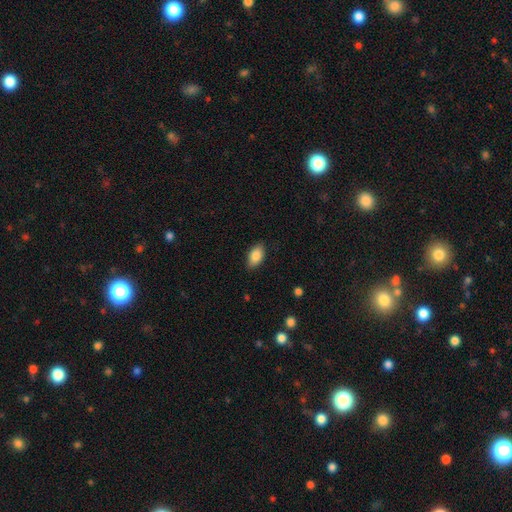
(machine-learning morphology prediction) type=smooth (86%); roundness=in between (92%); merging=none (86%).